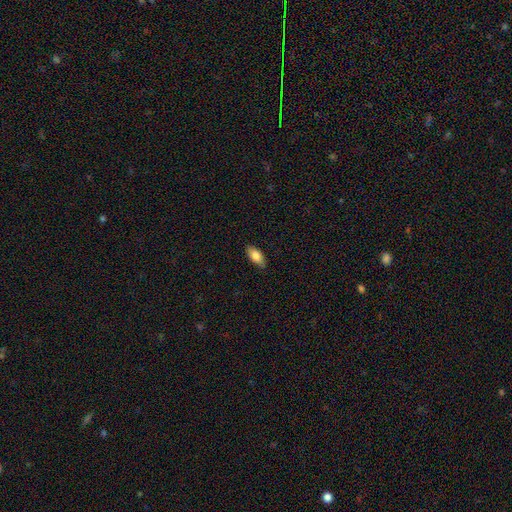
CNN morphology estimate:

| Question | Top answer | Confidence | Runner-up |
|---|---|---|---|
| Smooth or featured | smooth | 80% | featured or disk (14%) |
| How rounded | in between | 87% | cigar-shaped (10%) |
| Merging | none | 84% | minor disturbance (13%) |